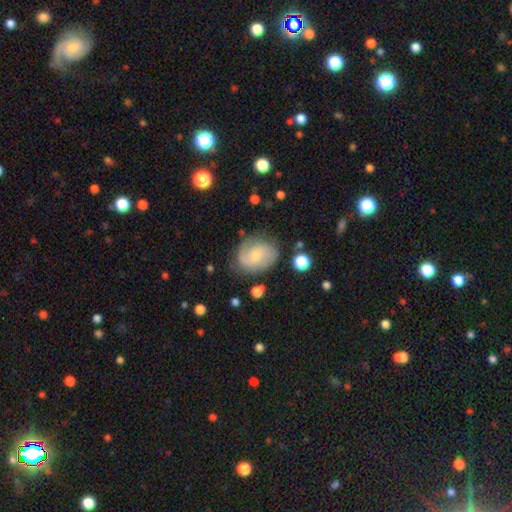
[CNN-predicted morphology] A featured or disk galaxy (64%) with no bar (56%), 2 (76%) medium (46%) spiral arms (91%) and a small central bulge (55%).

Vote fractions:
- Smooth or featured? featured or disk: 64% / smooth: 28% / star or artifact: 7%
- Edge-on disk? no: 97% / yes: 3%
- Bar? no: 56% / weak: 38% / strong: 6%
- Spiral arms? yes: 91% / no: 9%
- Spiral winding? medium: 46% / tight: 28% / loose: 26%
- Spiral arm count? 2: 76% / can't tell: 12% / 3: 4% / 1: 4% / 4: 1% / more than 4: 1%
- Bulge size? small: 55% / moderate: 37% / none: 5% / large: 2% / dominant: 1%
- Merging? none: 72% / minor disturbance: 19% / major disturbance: 7% / merger: 2%